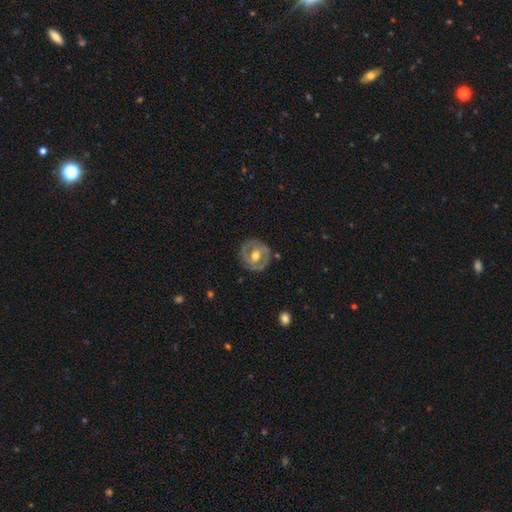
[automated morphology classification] Smooth or featured? featured or disk (76%)
Edge-on disk? no (97%)
Bar? weak (44%)
Spiral arms? yes (75%)
Spiral winding? tight (48%)
Spiral arm count? 2 (77%)
Bulge size? moderate (77%)
Merging? none (81%)